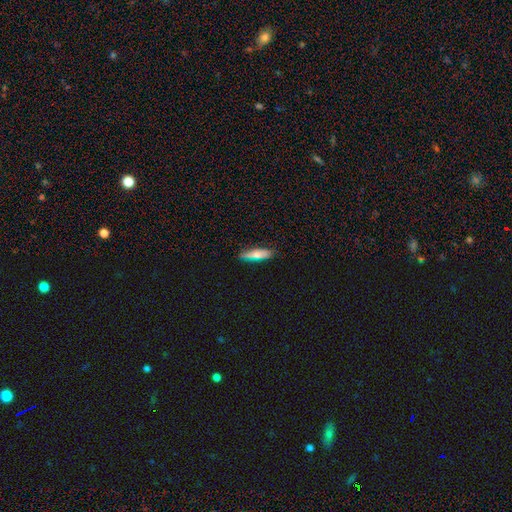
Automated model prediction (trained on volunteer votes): Overall: smooth (56%; featured or disk 36%). How rounded: cigar-shaped (66%; in between 32%). Merging: none (81%).